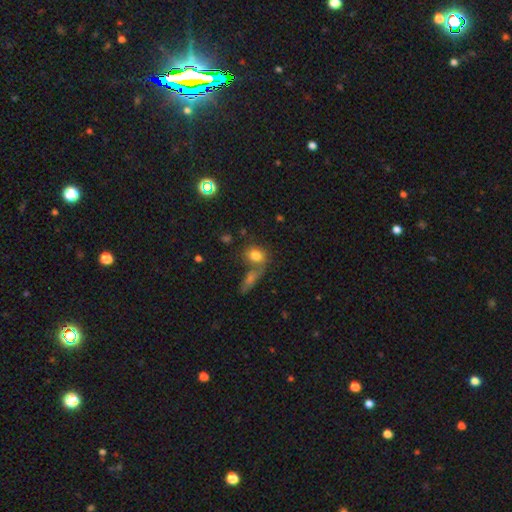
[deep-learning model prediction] smooth-or-featured: smooth: 78% | featured or disk: 11% | star or artifact: 11%
  how-rounded: round: 52% | in between: 45% | cigar-shaped: 3%
  merging: none: 50% | merger: 31% | minor disturbance: 12% | major disturbance: 6%